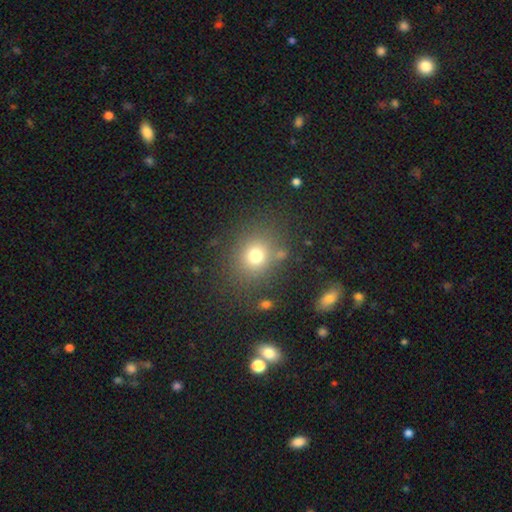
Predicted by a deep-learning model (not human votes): A smooth galaxy with no disk features (72%) that is round (73%).

Vote fractions:
- Smooth or featured? smooth: 72% / star or artifact: 17% / featured or disk: 10%
- How rounded? round: 73% / in between: 26% / cigar-shaped: 1%
- Merging? none: 80% / minor disturbance: 10% / major disturbance: 5% / merger: 4%